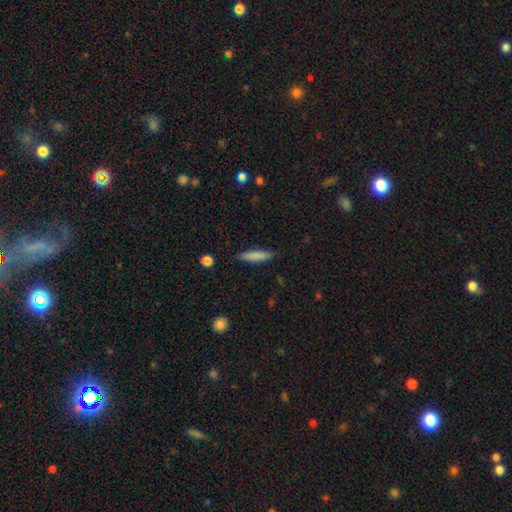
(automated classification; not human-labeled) Morphology: type=smooth (82%); roundness=cigar-shaped (83%); merging=none (87%).